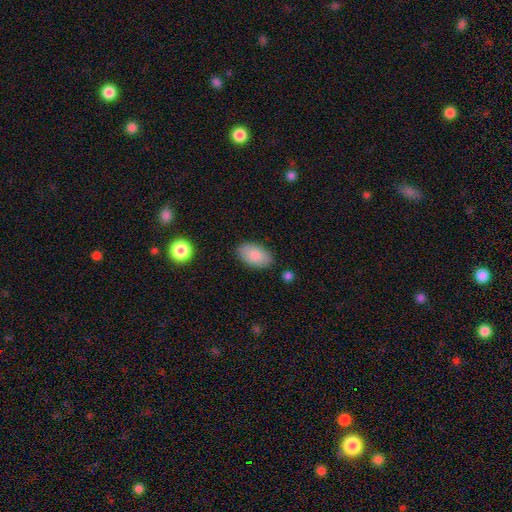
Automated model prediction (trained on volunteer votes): A smooth galaxy with no disk features (86%) that is in between round and cigar-shaped (94%).

Vote fractions:
- Smooth or featured? smooth: 86% / featured or disk: 8% / star or artifact: 6%
- How rounded? in between: 94% / round: 5% / cigar-shaped: 2%
- Merging? none: 83% / minor disturbance: 12% / major disturbance: 3% / merger: 2%